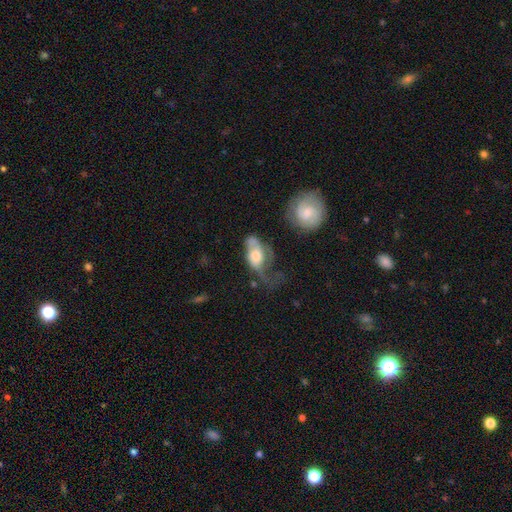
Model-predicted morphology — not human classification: Smooth or featured? Predicted: featured or disk (p=0.52). Edge-on disk? Predicted: no (p=0.92). Merging? Predicted: major disturbance (p=0.49).